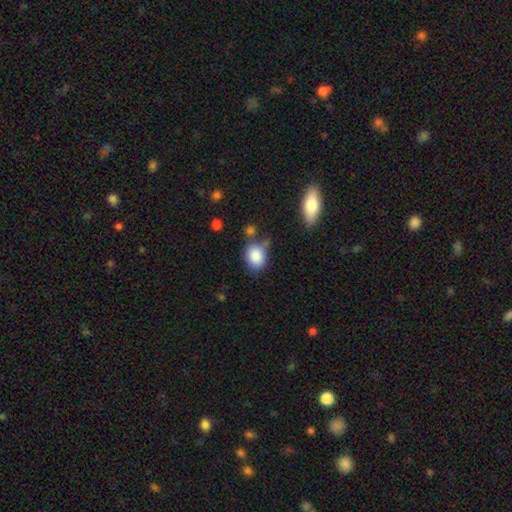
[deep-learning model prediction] Smooth or featured: smooth — 86% (star or artifact — 8%)
How rounded: in between — 56% (round — 43%)
Merging: none — 56% (minor disturbance — 24%)